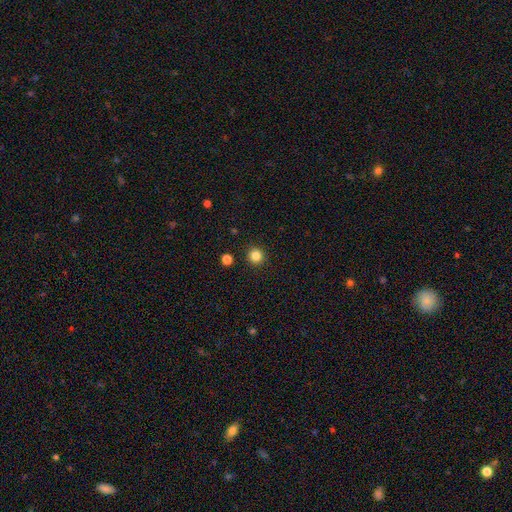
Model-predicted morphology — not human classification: A smooth galaxy with no disk features (84%) that is round (96%).

Vote fractions:
- Smooth or featured? smooth: 84% / star or artifact: 12% / featured or disk: 4%
- How rounded? round: 96% / in between: 4% / cigar-shaped: 1%
- Merging? none: 92% / minor disturbance: 4% / merger: 2% / major disturbance: 2%